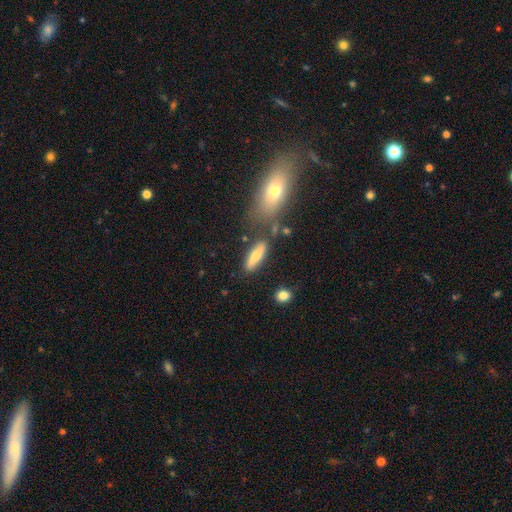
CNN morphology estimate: Overall: smooth (65%; featured or disk 28%). How rounded: cigar-shaped (57%; in between 40%). Merging: none (74%).